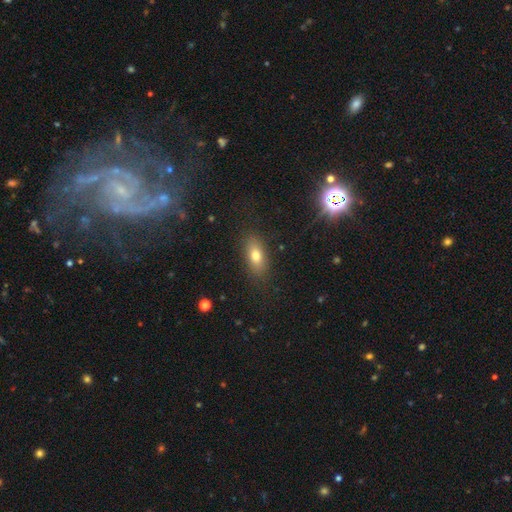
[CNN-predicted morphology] Smooth or featured?
  - smooth: 75% *
  - featured or disk: 14%
  - star or artifact: 10%
How rounded?
  - in between: 82% *
  - cigar-shaped: 10%
  - round: 8%
Merging?
  - none: 84% *
  - minor disturbance: 11%
  - major disturbance: 4%
  - merger: 1%